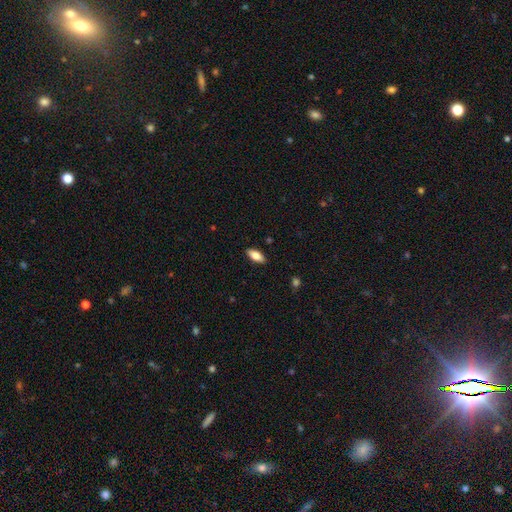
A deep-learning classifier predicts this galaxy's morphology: A smooth galaxy with no disk features (78%) that is in between round and cigar-shaped (84%). Merging: none (89%).